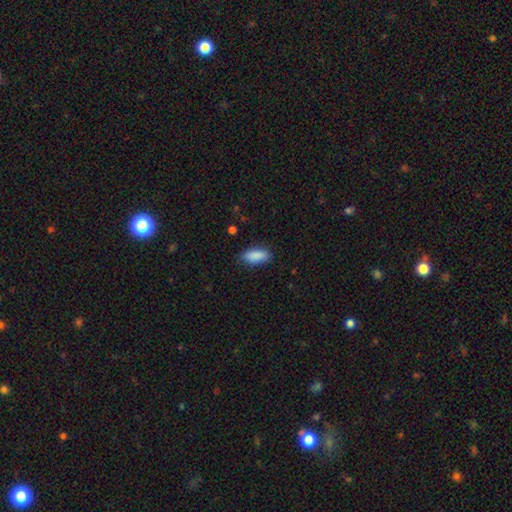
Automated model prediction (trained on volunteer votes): Smooth or featured?
  - smooth: 89% *
  - star or artifact: 7%
  - featured or disk: 5%
How rounded?
  - in between: 82% *
  - cigar-shaped: 16%
  - round: 2%
Merging?
  - none: 81% *
  - minor disturbance: 15%
  - major disturbance: 3%
  - merger: 1%